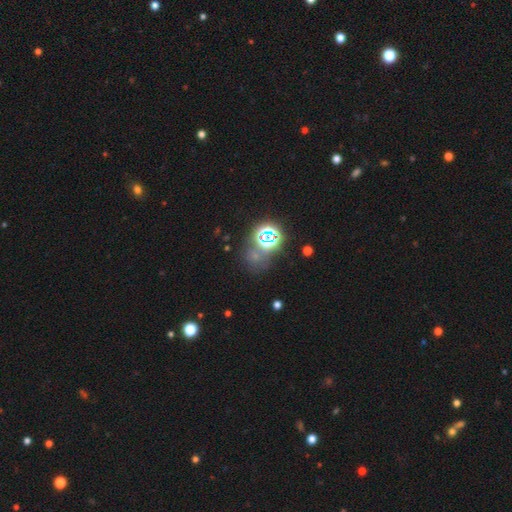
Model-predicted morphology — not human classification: Smooth or featured?
  - star or artifact: 53% *
  - smooth: 35%
  - featured or disk: 12%